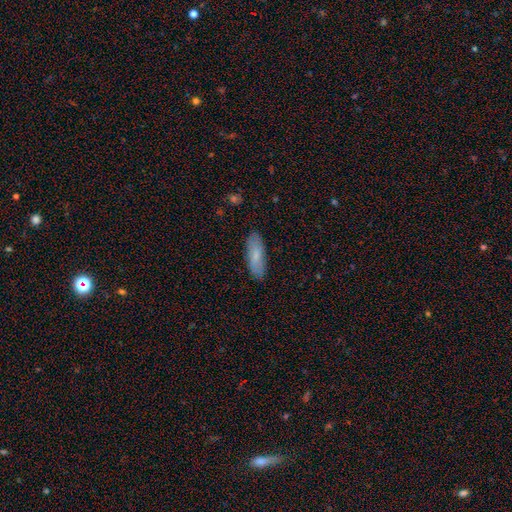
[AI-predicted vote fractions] Smooth or featured? smooth (78%)
How rounded? in between (64%)
Merging? none (86%)